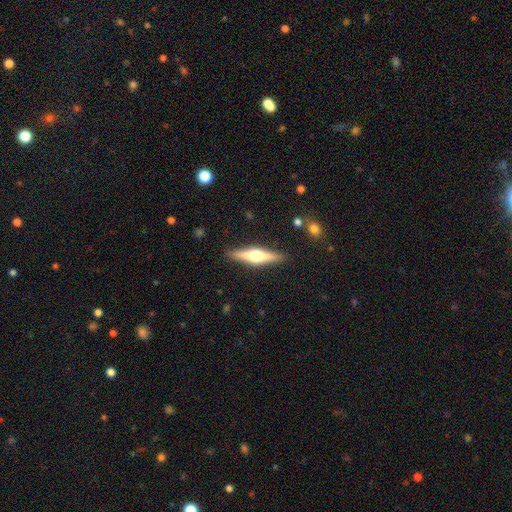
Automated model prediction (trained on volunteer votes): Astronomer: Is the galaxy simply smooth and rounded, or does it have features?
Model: featured or disk — 64%.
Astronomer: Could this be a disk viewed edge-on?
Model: yes — 97%.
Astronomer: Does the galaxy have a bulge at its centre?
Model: rounded — 92%.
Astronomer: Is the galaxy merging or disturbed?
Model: none — 89%.